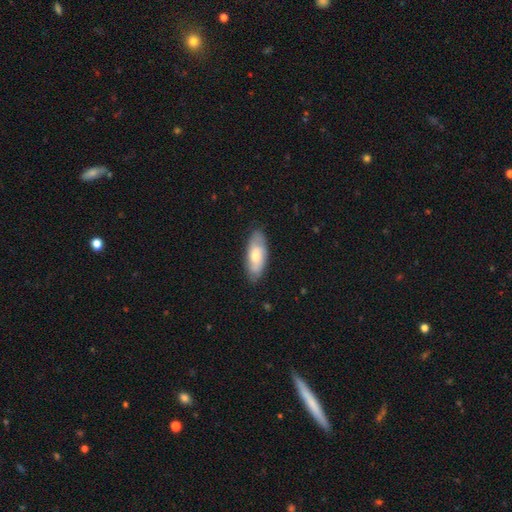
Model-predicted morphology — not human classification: smooth 60%, featured or disk 34%, star or artifact 6%. Down the decision tree: how rounded — in between (81%); merging — none (83%).